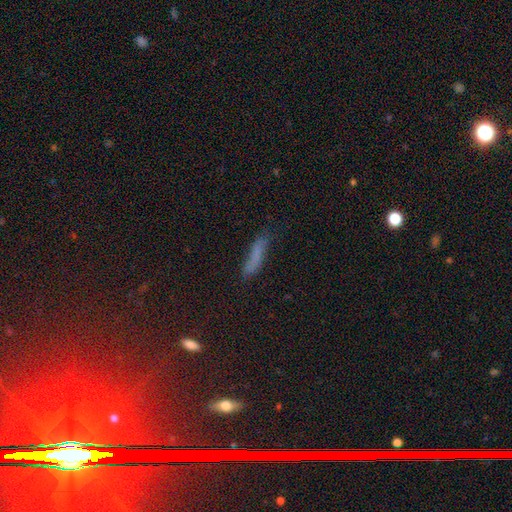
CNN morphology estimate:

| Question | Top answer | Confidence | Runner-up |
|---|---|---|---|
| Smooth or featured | smooth | 70% | featured or disk (17%) |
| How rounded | cigar-shaped | 85% | in between (13%) |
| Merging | none | 65% | minor disturbance (24%) |